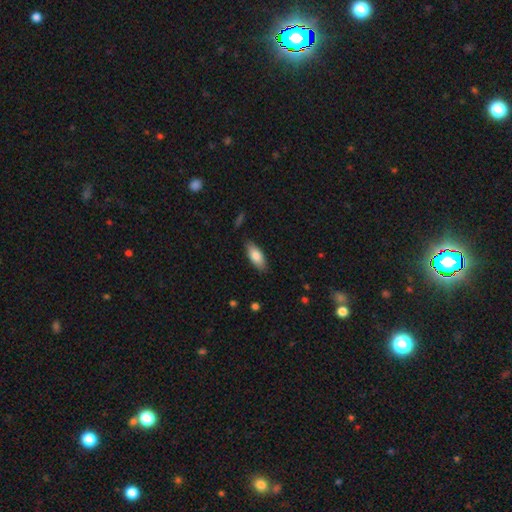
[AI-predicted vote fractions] smooth_or_featured: smooth (p=0.80) [alt: featured or disk p=0.14]
how_rounded: in between (p=0.78) [alt: cigar-shaped p=0.20]
merging: none (p=0.85) [alt: minor disturbance p=0.12]